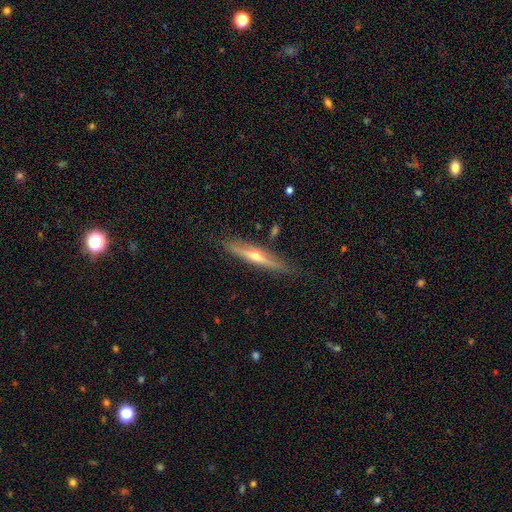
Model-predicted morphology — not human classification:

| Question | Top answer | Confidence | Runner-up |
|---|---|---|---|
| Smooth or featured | featured or disk | 69% | smooth (25%) |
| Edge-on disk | yes | 95% | no (5%) |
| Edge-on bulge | rounded | 89% | none (9%) |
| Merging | none | 84% | minor disturbance (11%) |